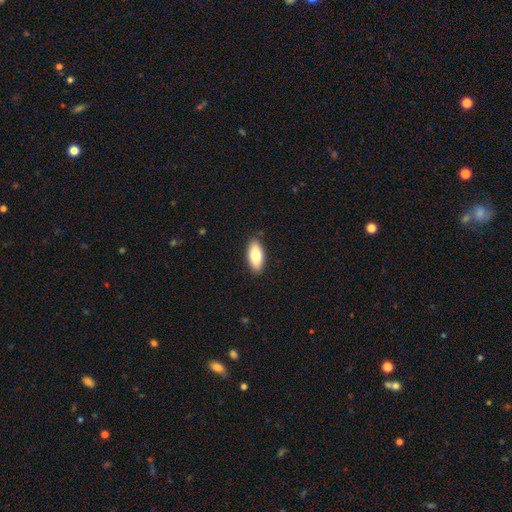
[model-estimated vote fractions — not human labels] Smooth or featured? smooth (78%)
How rounded? in between (86%)
Merging? none (89%)